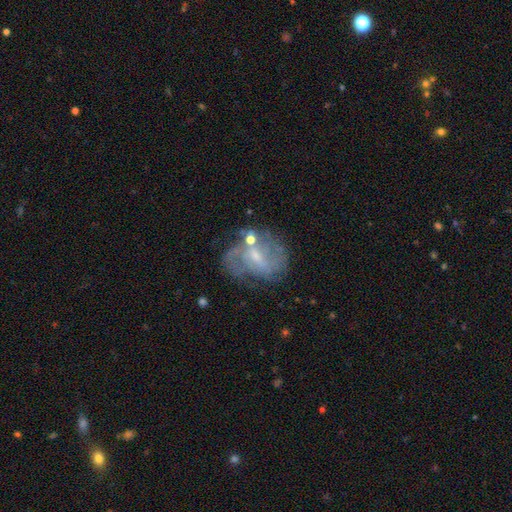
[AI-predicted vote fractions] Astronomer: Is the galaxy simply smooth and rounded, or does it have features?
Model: featured or disk — 71%.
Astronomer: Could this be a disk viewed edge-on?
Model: no — 96%.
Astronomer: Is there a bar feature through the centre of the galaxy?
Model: weak — 53%.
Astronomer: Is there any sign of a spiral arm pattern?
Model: yes — 74%.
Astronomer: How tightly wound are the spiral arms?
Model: medium — 41% (runner-up: loose, 30%).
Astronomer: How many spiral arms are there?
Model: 2 — 39% (runner-up: can't tell, 37%).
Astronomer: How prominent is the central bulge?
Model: small — 54%.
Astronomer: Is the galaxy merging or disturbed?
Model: none — 51%.